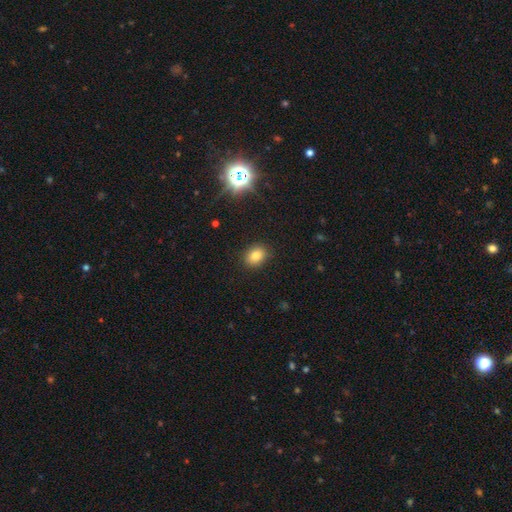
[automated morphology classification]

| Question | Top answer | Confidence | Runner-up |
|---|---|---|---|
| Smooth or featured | smooth | 79% | star or artifact (13%) |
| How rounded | in between | 52% | round (47%) |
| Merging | none | 89% | minor disturbance (8%) |